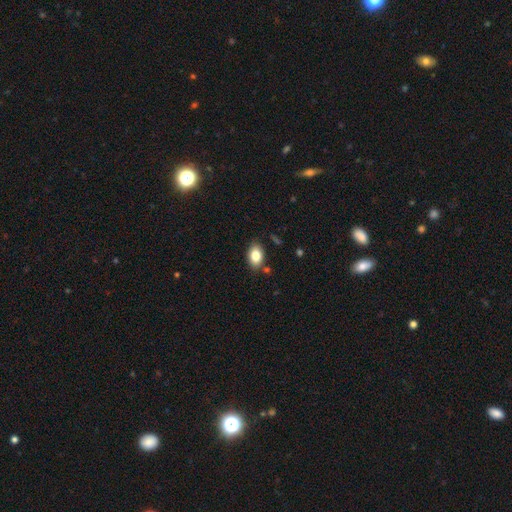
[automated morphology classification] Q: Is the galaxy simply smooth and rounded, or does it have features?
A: smooth — 83%.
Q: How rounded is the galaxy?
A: in between — 85%.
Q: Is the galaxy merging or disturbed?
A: none — 83%.